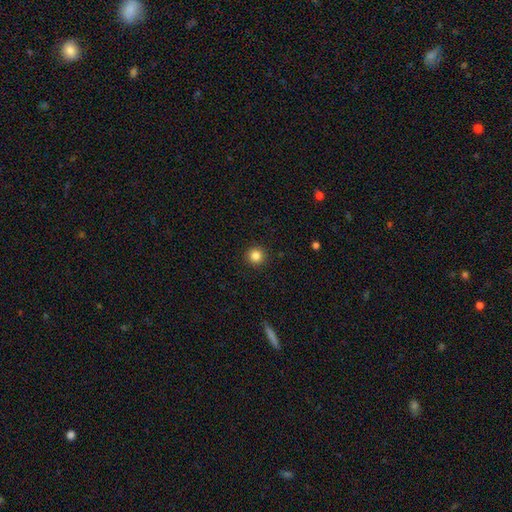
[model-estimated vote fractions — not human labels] Smooth or featured?
  - smooth: 84% *
  - star or artifact: 11%
  - featured or disk: 4%
How rounded?
  - round: 95% *
  - in between: 4%
  - cigar-shaped: 1%
Merging?
  - none: 92% *
  - minor disturbance: 5%
  - major disturbance: 2%
  - merger: 1%